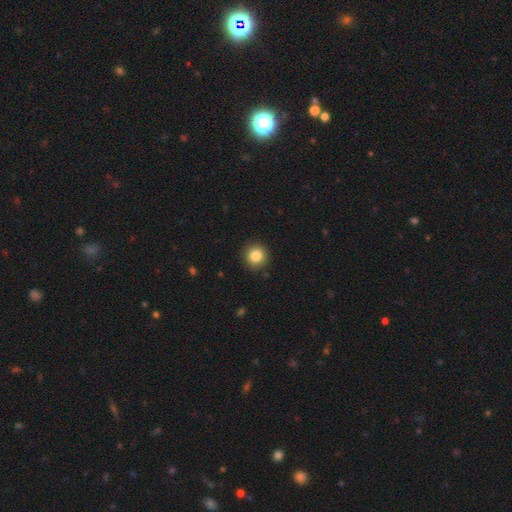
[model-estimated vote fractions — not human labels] Overall: smooth (85%). How rounded: round (92%). Merging: none (91%).